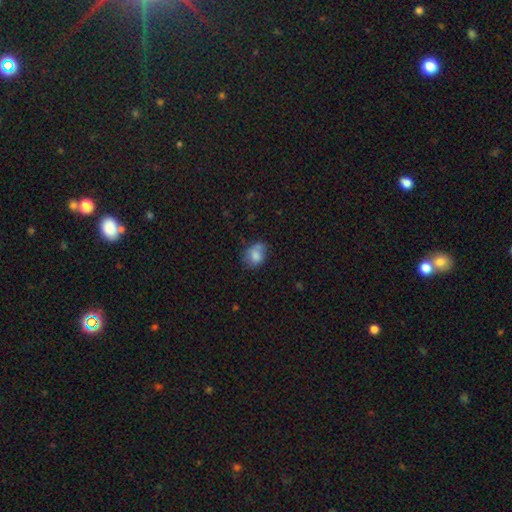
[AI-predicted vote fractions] Overall: smooth (77%). How rounded: in between (56%; round 43%). Merging: none (47%; minor disturbance 34%).